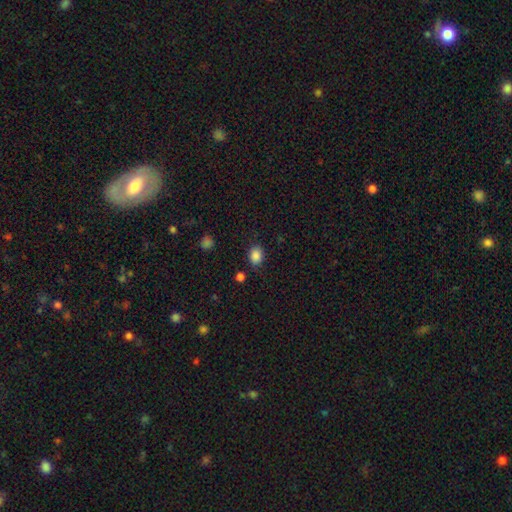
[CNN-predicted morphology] smooth 86%, star or artifact 10%, featured or disk 4%. Down the decision tree: how rounded — in between (61%); merging — none (80%).